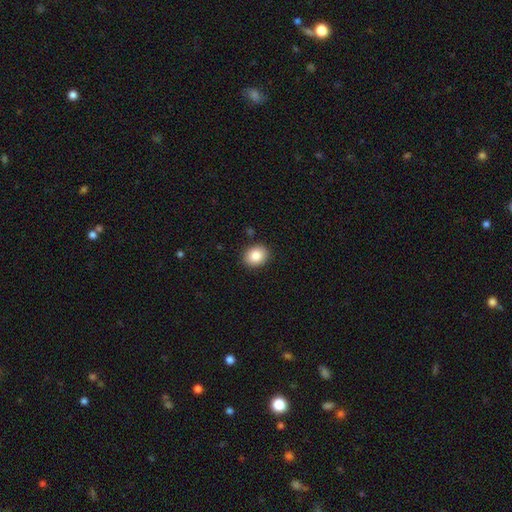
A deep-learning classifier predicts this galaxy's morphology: This is clearly a smooth galaxy (85%). How rounded: possibly round (55%). Merging: clearly none (89%).